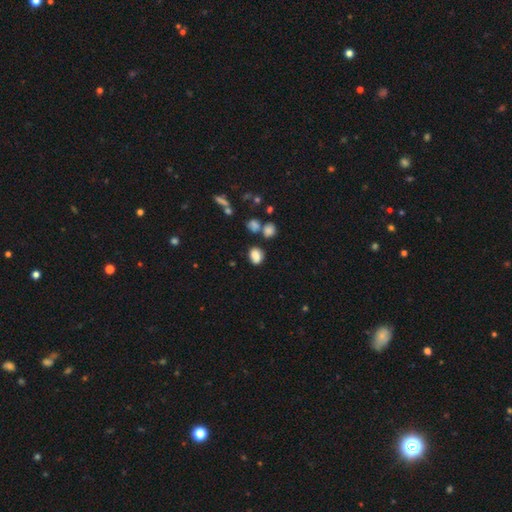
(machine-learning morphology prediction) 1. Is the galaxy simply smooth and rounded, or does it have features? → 83% smooth, 11% star or artifact, 6% featured or disk.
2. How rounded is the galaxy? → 65% in between, 33% round, 1% cigar-shaped.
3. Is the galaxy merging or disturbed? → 68% none, 16% minor disturbance, 11% merger, 5% major disturbance.